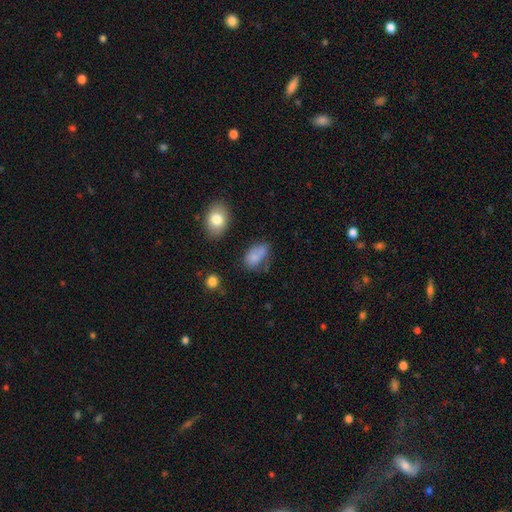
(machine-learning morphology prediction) A smooth galaxy with no disk features (78%) that is in between round and cigar-shaped (88%). Merging: none (45%).